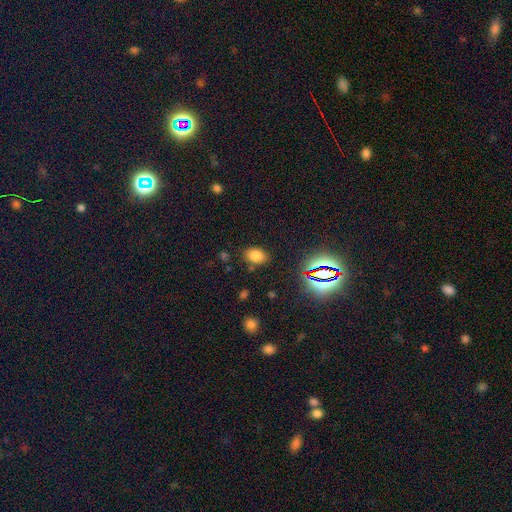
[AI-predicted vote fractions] Smooth or featured? Predicted: smooth (p=0.75). How rounded? Predicted: in between (p=0.77). Merging? Predicted: none (p=0.82).